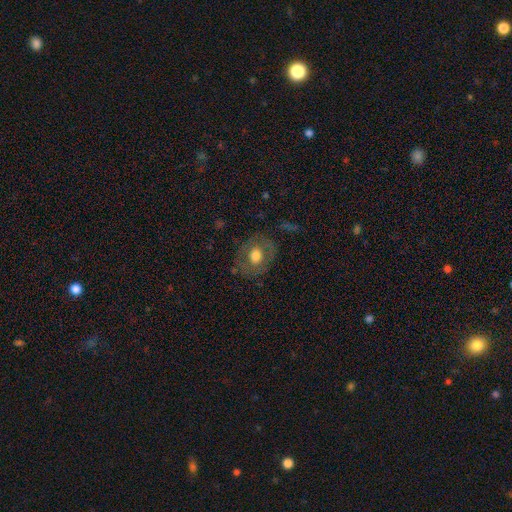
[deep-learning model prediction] Smooth or featured: smooth — 58% (featured or disk — 33%)
How rounded: round — 62% (in between — 37%)
Merging: none — 78% (minor disturbance — 14%)